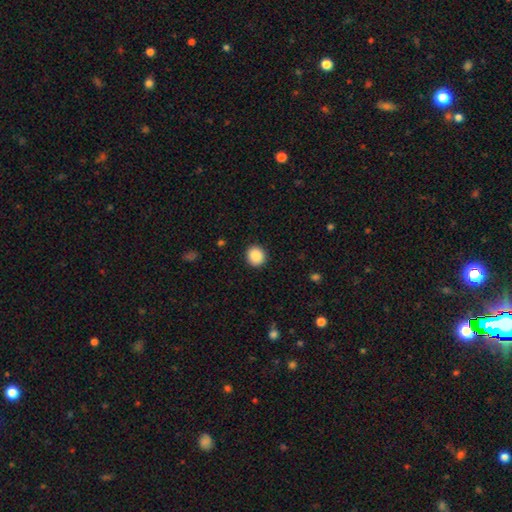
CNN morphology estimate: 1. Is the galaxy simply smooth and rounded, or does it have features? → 89% smooth, 8% star or artifact, 3% featured or disk.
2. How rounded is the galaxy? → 87% round, 12% in between, 1% cigar-shaped.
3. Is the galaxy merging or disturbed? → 91% none, 6% minor disturbance, 2% major disturbance, 1% merger.